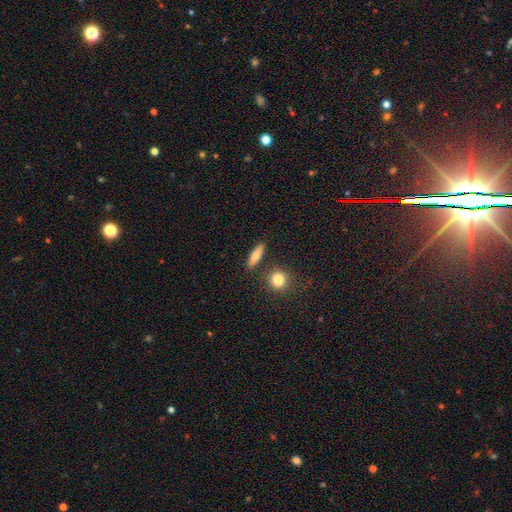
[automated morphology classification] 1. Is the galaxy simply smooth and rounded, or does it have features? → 72% smooth, 20% featured or disk, 8% star or artifact.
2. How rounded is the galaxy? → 56% cigar-shaped, 35% in between, 9% round.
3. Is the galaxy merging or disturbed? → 84% none, 8% minor disturbance, 5% merger, 2% major disturbance.